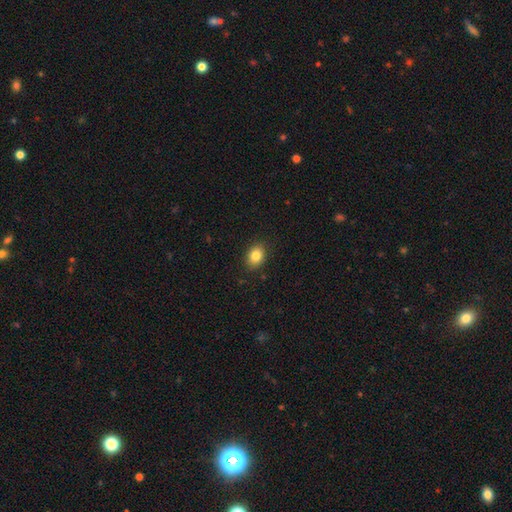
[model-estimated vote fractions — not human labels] This is clearly a smooth galaxy (84%). How rounded: likely in between (63%). Merging: clearly none (88%).